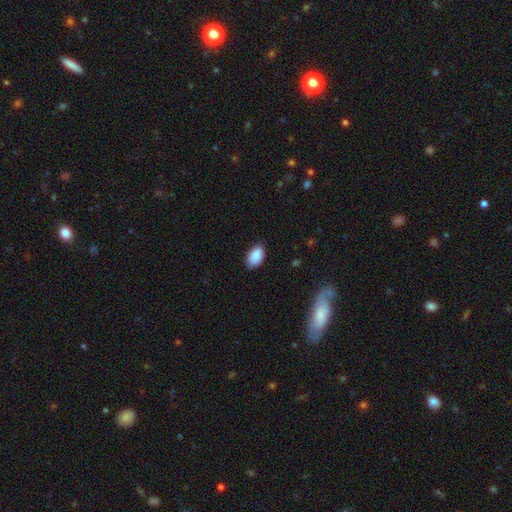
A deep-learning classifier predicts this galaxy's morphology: A smooth galaxy with no disk features (89%) that is in between round and cigar-shaped (92%). Merging: none (81%).